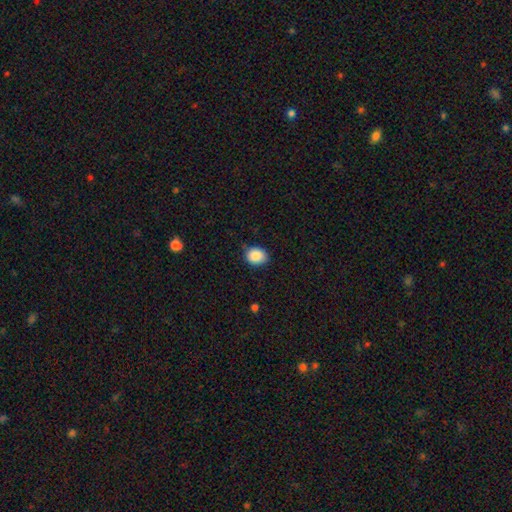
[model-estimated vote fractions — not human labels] smooth_or_featured: smooth (p=0.88) [alt: star or artifact p=0.08]
how_rounded: round (p=0.52) [alt: in between p=0.47]
merging: none (p=0.79) [alt: minor disturbance p=0.17]